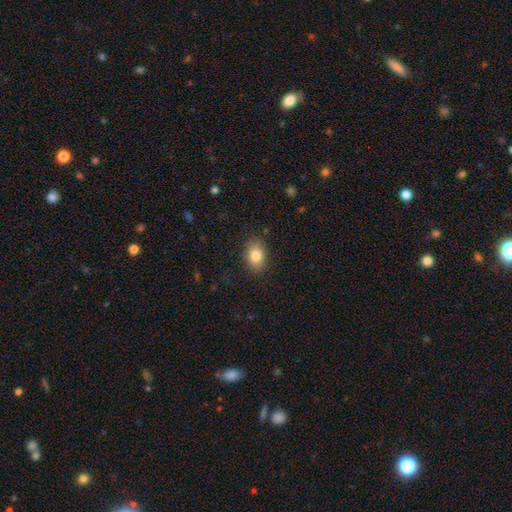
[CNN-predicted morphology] This appears to be a smooth galaxy with no disk features (82%) that is in between round and cigar-shaped (81%). Merging: none (87%).